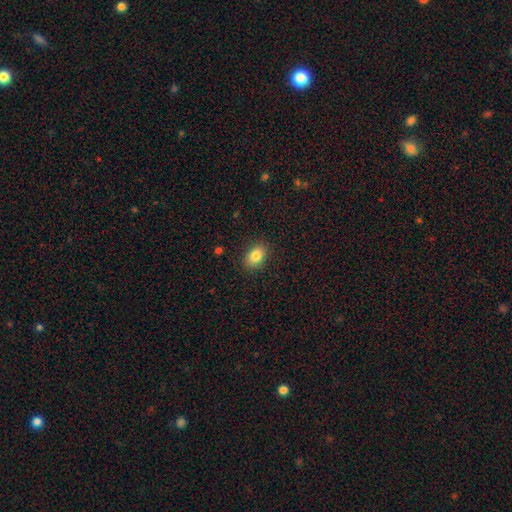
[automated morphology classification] This is clearly a smooth galaxy (85%). How rounded: likely in between (79%). Merging: clearly none (88%).